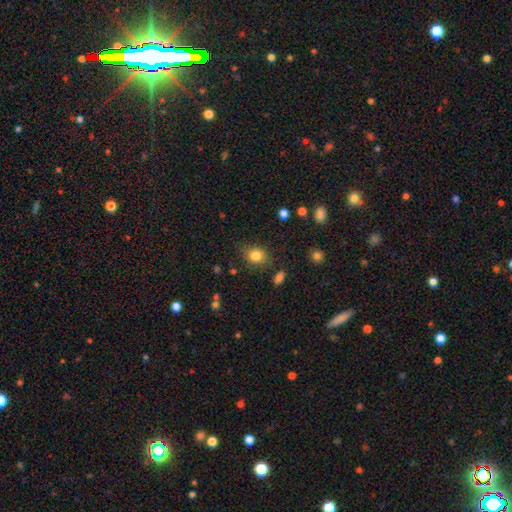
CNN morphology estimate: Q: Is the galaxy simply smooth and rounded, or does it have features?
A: smooth — 82%.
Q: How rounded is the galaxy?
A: round — 57%.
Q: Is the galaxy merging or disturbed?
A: none — 75%.